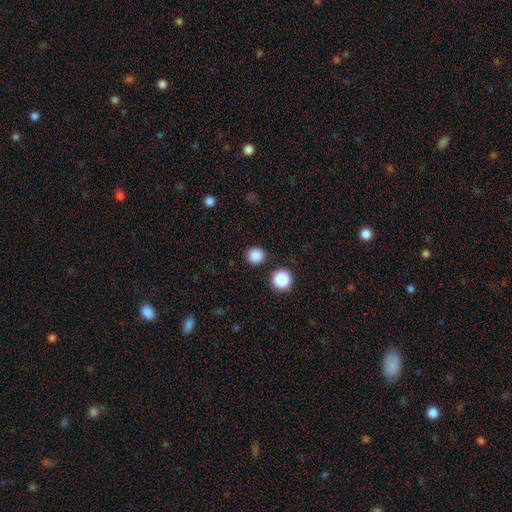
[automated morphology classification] Smooth or featured? smooth (85%)
How rounded? round (94%)
Merging? none (90%)